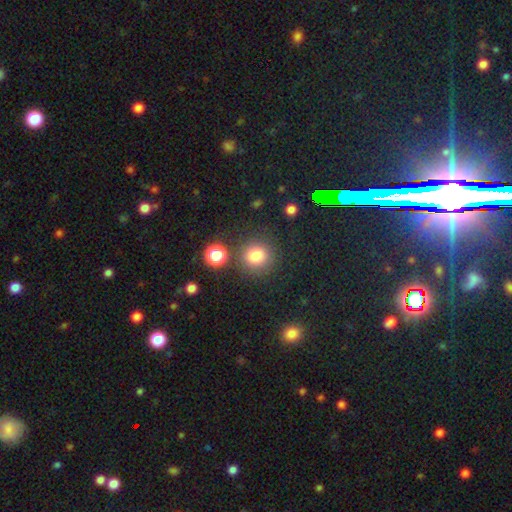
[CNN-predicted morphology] A smooth galaxy with no disk features (80%) that is round (89%). Merging: none (82%).